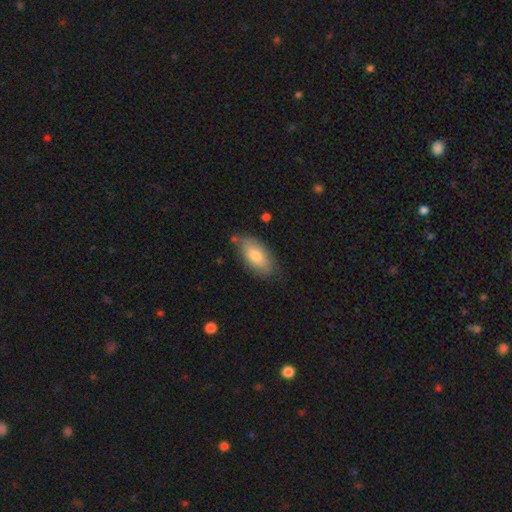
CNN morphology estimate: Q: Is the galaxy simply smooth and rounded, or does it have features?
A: smooth — 73%.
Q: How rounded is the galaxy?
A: in between — 91%.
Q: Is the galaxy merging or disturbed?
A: none — 69%.